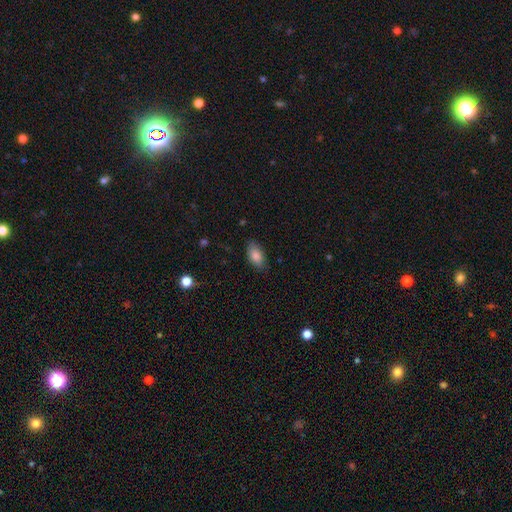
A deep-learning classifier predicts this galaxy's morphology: Q: Smooth or featured?
A: smooth (84%); runner-up: featured or disk (9%)
Q: How rounded?
A: in between (92%); runner-up: round (4%)
Q: Merging?
A: none (83%); runner-up: minor disturbance (14%)